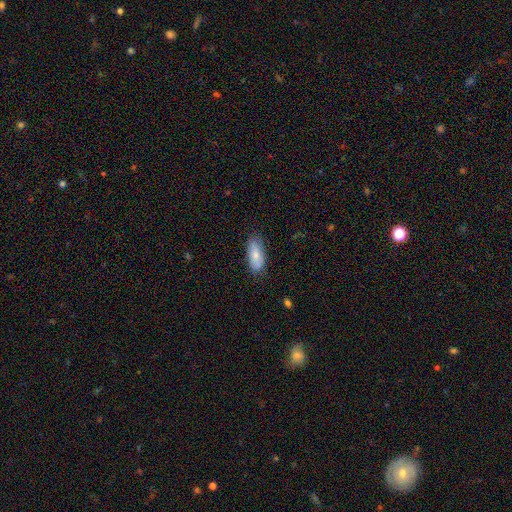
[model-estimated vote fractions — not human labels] smooth-or-featured: smooth: 77% | featured or disk: 17% | star or artifact: 6%
  how-rounded: in between: 83% | cigar-shaped: 15% | round: 2%
  merging: none: 79% | minor disturbance: 17% | major disturbance: 3% | merger: 1%